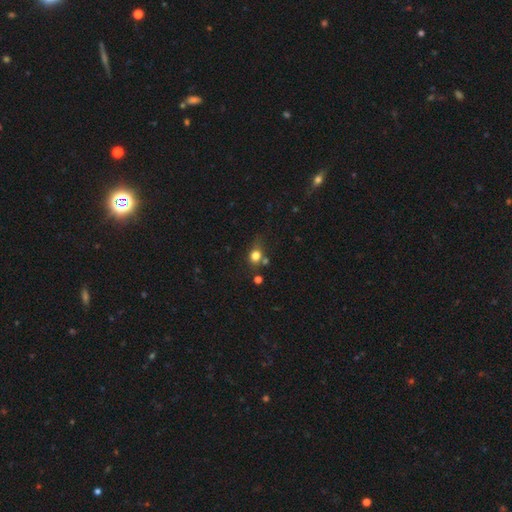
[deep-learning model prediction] smooth 78%, star or artifact 13%, featured or disk 9%. Down the decision tree: how rounded — round (58%); merging — none (54%).